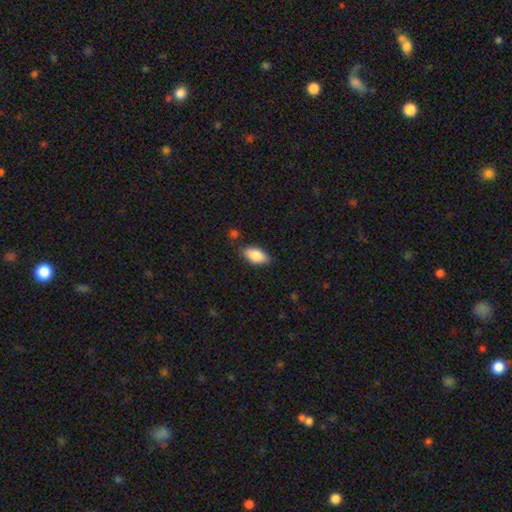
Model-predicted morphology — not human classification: Smooth or featured: smooth — 83% (featured or disk — 11%)
How rounded: in between — 90% (cigar-shaped — 7%)
Merging: none — 81% (minor disturbance — 14%)